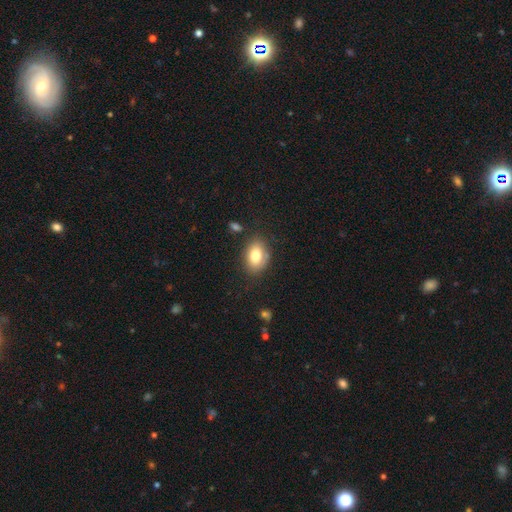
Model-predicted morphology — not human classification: Smooth or featured?
  - smooth: 80% *
  - featured or disk: 12%
  - star or artifact: 8%
How rounded?
  - in between: 83% *
  - round: 16%
  - cigar-shaped: 1%
Merging?
  - none: 76% *
  - minor disturbance: 16%
  - major disturbance: 4%
  - merger: 3%